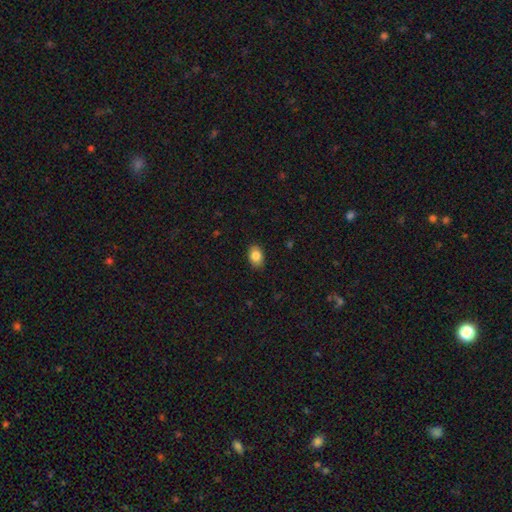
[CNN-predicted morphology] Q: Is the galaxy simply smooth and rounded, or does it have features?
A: smooth — 85%.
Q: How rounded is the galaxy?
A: in between — 82%.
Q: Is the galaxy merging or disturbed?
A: none — 88%.